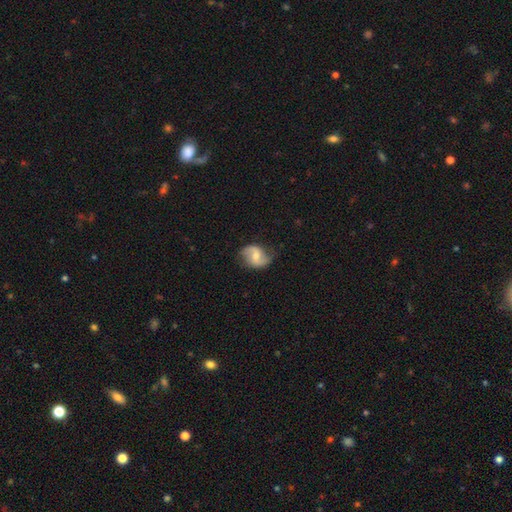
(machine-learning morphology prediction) type=featured or disk (73%); edge-on=no (97%); bar=weak (47%); spiral arms=yes (92%); winding=loose (57%); arm count=2 (91%); bulge=moderate (55%); merging=none (76%).